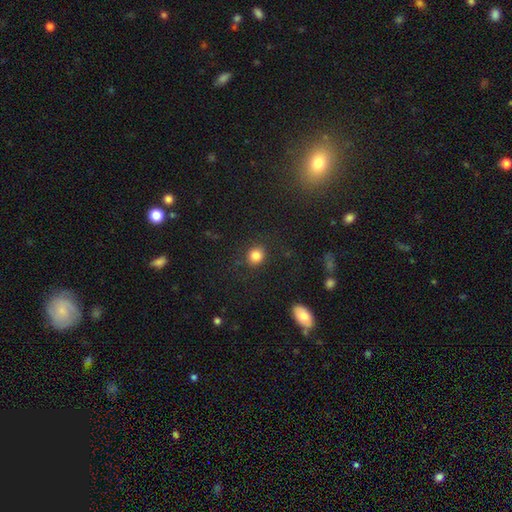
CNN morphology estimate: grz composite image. It shows a smooth galaxy with no disk features (84%) that is round (79%). Merging: none (85%).